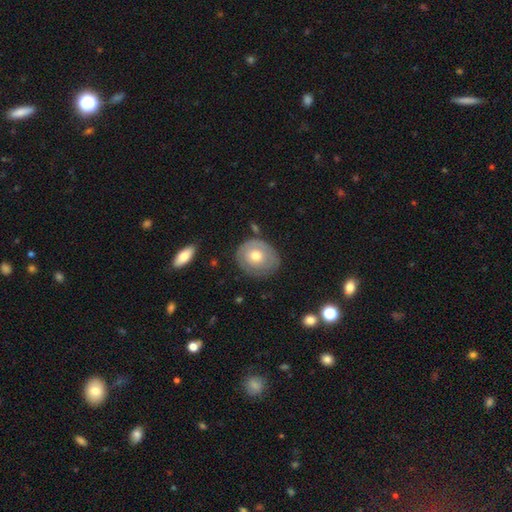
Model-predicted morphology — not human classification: smooth_or_featured: smooth (p=0.51) [alt: featured or disk p=0.42]
how_rounded: round (p=0.68) [alt: in between p=0.31]
merging: none (p=0.72) [alt: minor disturbance p=0.19]